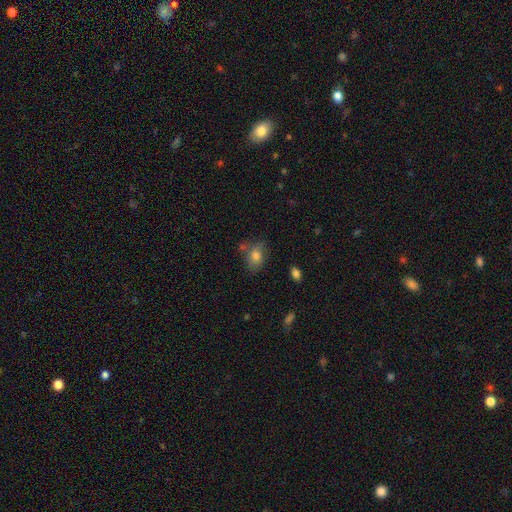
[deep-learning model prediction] Smooth or featured: smooth — 77% (featured or disk — 13%)
How rounded: in between — 71% (round — 27%)
Merging: none — 61% (minor disturbance — 22%)